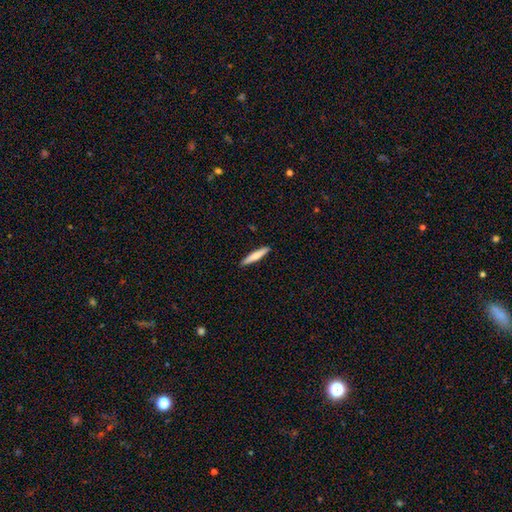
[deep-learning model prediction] Smooth or featured? Predicted: smooth (p=0.72). How rounded? Predicted: cigar-shaped (p=0.91). Merging? Predicted: none (p=0.90).